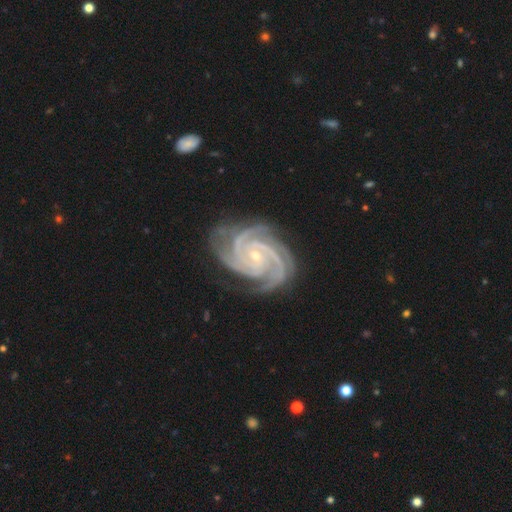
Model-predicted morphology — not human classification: smooth_or_featured: featured or disk (p=0.94) [alt: star or artifact p=0.04]
disk_edge_on: no (p=0.98) [alt: yes p=0.02]
bar: no (p=0.65) [alt: weak p=0.24]
has_spiral_arms: yes (p=0.99) [alt: no p=0.01]
spiral_winding: tight (p=0.73) [alt: medium p=0.25]
spiral_arm_count: 3 (p=0.46) [alt: 4 p=0.29]
bulge_size: small (p=0.75) [alt: moderate p=0.22]
merging: none (p=0.76) [alt: minor disturbance p=0.17]